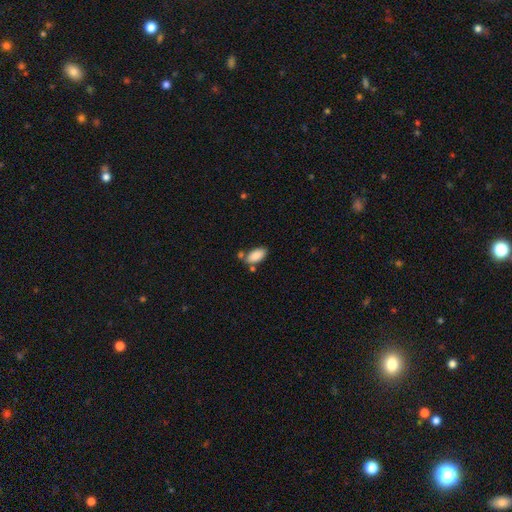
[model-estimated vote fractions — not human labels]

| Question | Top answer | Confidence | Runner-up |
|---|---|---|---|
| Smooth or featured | smooth | 88% | star or artifact (7%) |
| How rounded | in between | 93% | cigar-shaped (5%) |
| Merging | none | 66% | minor disturbance (16%) |